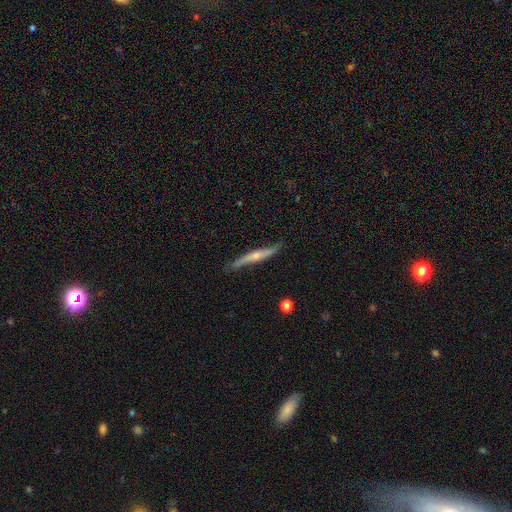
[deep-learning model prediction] This appears to be a featured or disk galaxy (61%) viewed edge-on (87%) with a rounded central bulge (65%). Merging: none (74%).